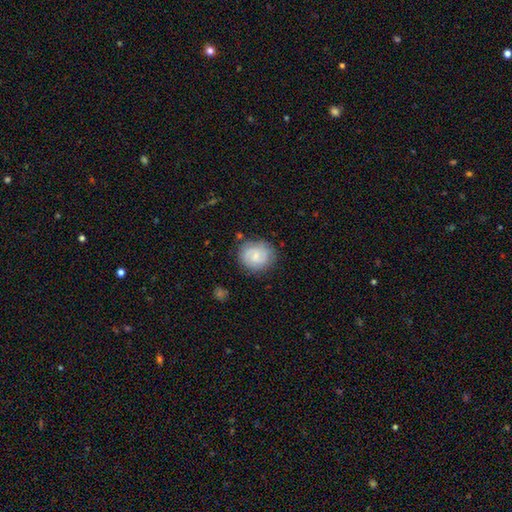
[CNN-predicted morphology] smooth_or_featured: featured or disk (p=0.48) [alt: smooth p=0.45]
merging: none (p=0.77) [alt: minor disturbance p=0.16]